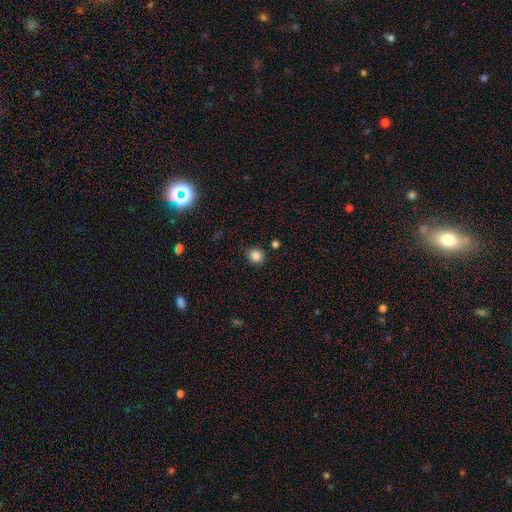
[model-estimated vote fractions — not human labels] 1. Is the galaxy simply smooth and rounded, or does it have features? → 85% smooth, 11% star or artifact, 4% featured or disk.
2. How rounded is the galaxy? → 91% round, 9% in between, 1% cigar-shaped.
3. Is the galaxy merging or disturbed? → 88% none, 7% minor disturbance, 3% merger, 2% major disturbance.